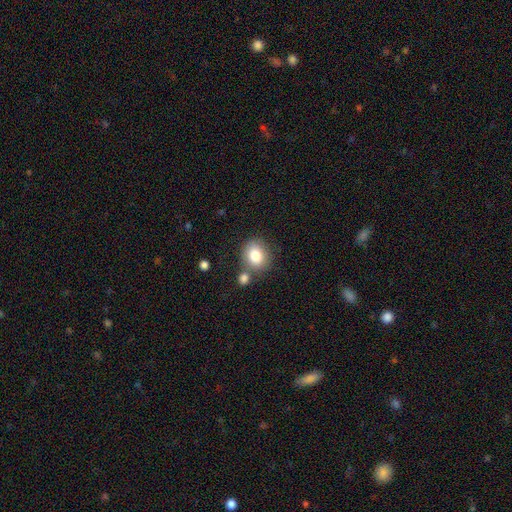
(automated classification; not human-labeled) A smooth galaxy with no disk features (81%) that is round (63%).

Vote fractions:
- Smooth or featured? smooth: 81% / featured or disk: 10% / star or artifact: 9%
- How rounded? round: 63% / in between: 36% / cigar-shaped: 1%
- Merging? none: 67% / merger: 17% / minor disturbance: 12% / major disturbance: 4%